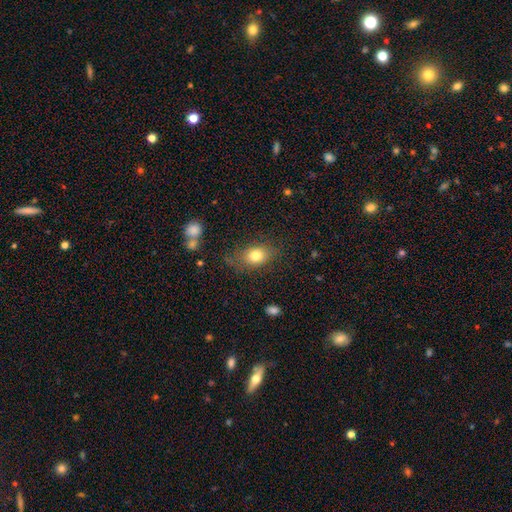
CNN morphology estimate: Smooth or featured: smooth — 78% (featured or disk — 11%)
How rounded: in between — 68% (round — 30%)
Merging: none — 70% (minor disturbance — 20%)